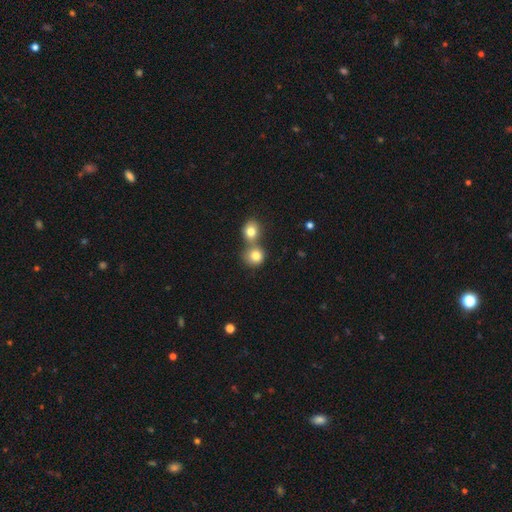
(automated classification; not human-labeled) smooth 80%, star or artifact 11%, featured or disk 9%. Down the decision tree: how rounded — round (83%); merging — merger (51%).